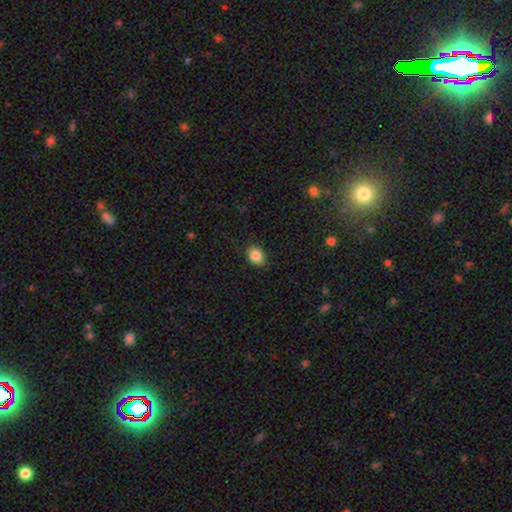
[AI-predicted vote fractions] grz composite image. It shows a smooth galaxy with no disk features (86%) that is in between round and cigar-shaped (64%). Merging: none (84%).